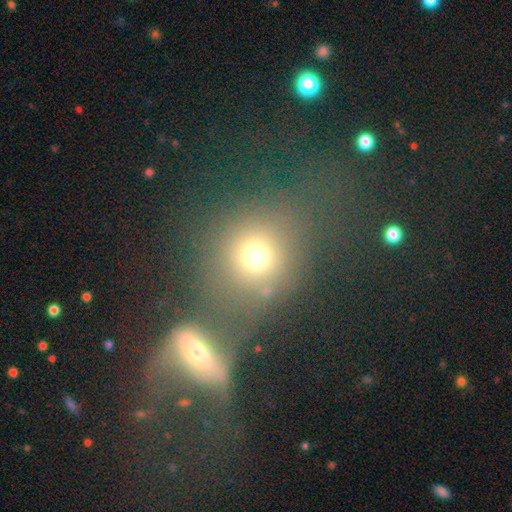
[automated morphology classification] Smooth or featured? Predicted: smooth (p=0.69). How rounded? Predicted: round (p=0.79). Merging? Predicted: none (p=0.49).